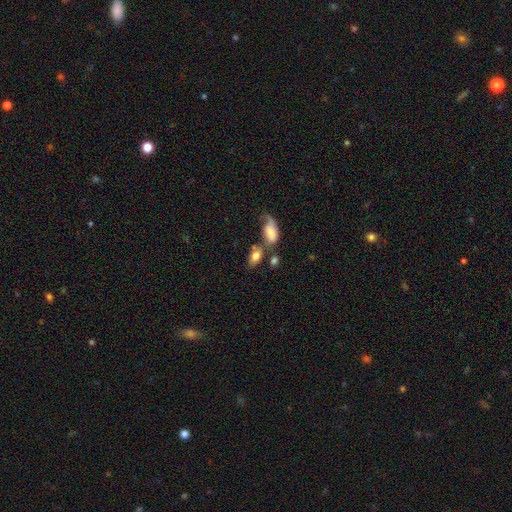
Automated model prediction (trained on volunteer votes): Smooth or featured? Predicted: smooth (p=0.76). How rounded? Predicted: in between (p=0.87). Merging? Predicted: none (p=0.45).